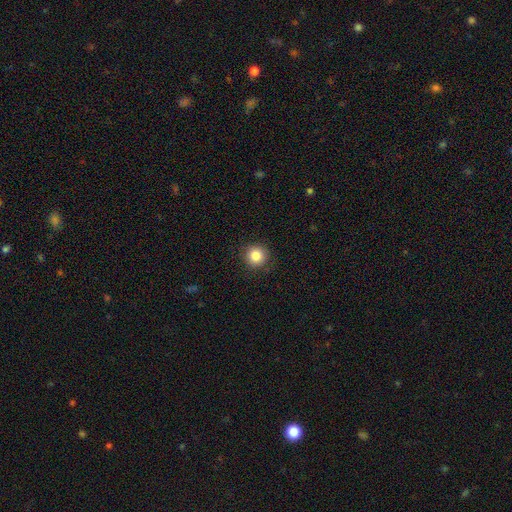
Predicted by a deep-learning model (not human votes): Overall: smooth (84%). How rounded: round (94%). Merging: none (91%).